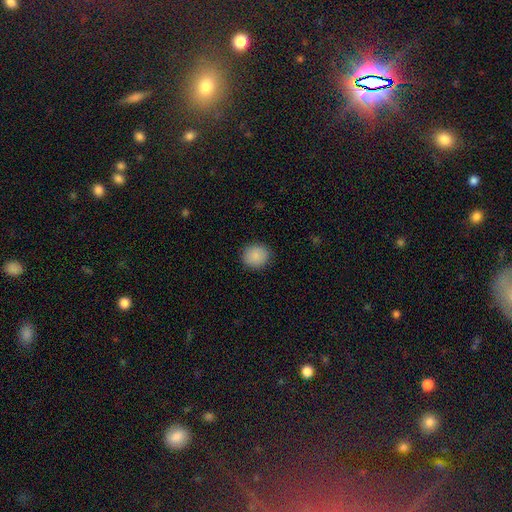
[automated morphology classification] A smooth galaxy with no disk features (89%) that is round (83%).

Vote fractions:
- Smooth or featured? smooth: 89% / star or artifact: 8% / featured or disk: 4%
- How rounded? round: 83% / in between: 16% / cigar-shaped: 1%
- Merging? none: 90% / minor disturbance: 7% / major disturbance: 2% / merger: 1%